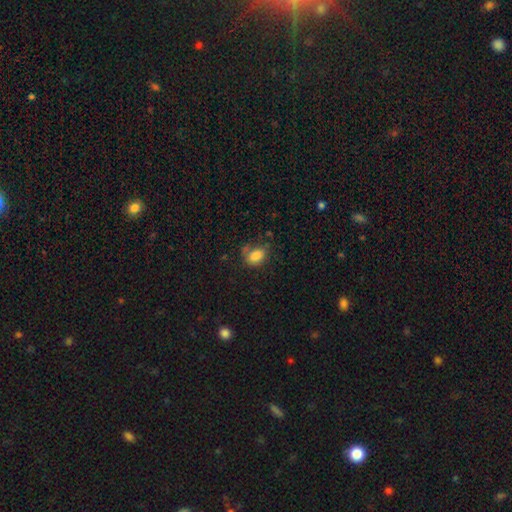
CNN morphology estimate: This is clearly a smooth galaxy (83%). How rounded: likely in between (73%). Merging: possibly none (58%).